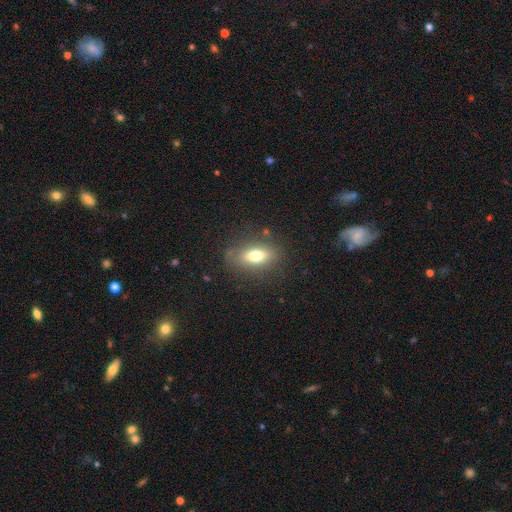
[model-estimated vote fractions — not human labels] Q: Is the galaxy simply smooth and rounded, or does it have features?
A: smooth — 68%.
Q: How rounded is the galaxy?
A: in between — 76%.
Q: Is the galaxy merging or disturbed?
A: none — 81%.